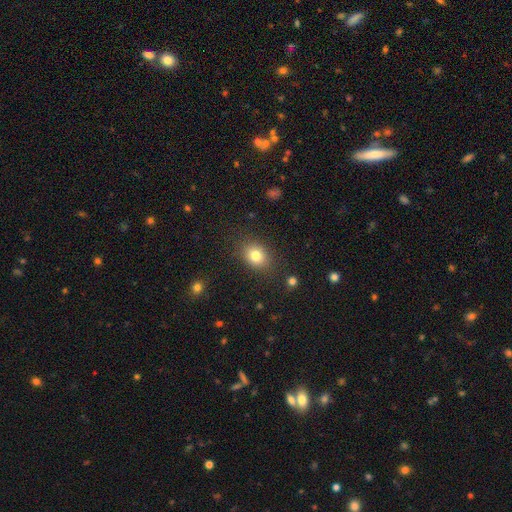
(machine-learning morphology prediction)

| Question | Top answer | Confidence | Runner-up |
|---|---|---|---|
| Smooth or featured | smooth | 81% | star or artifact (11%) |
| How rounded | in between | 58% | round (41%) |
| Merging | none | 84% | minor disturbance (11%) |